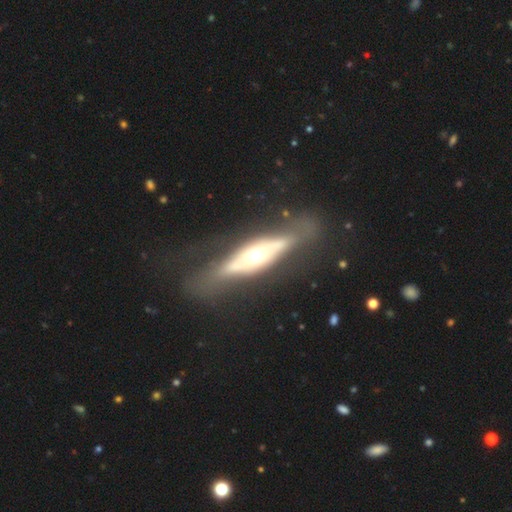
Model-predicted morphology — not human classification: Overall: featured or disk (71%). Edge-on disk: yes (60%; no 40%). Merging: none (59%; major disturbance 20%).